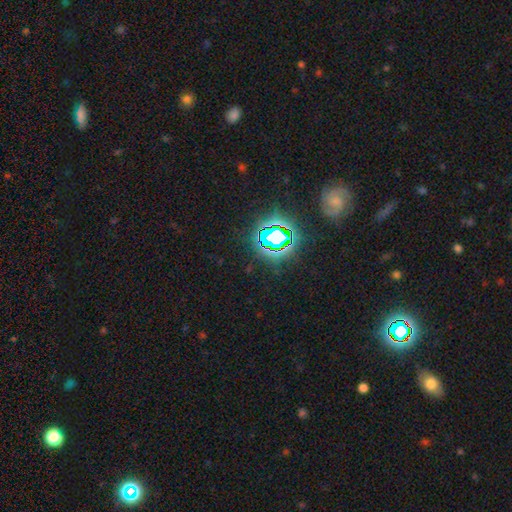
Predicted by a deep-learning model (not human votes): Morphology: type=star or artifact (78%).